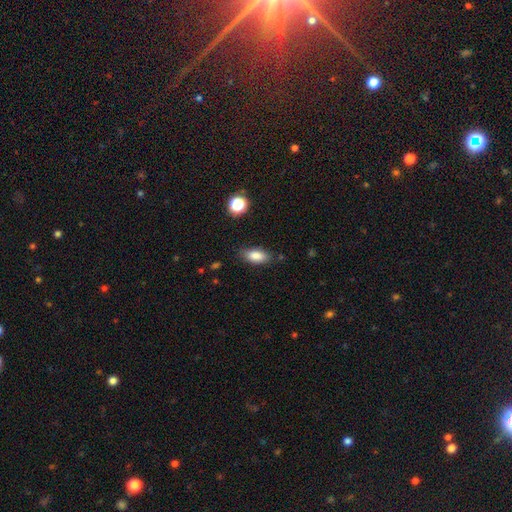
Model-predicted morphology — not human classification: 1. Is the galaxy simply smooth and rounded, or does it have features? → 85% smooth, 8% star or artifact, 6% featured or disk.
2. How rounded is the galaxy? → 87% in between, 8% cigar-shaped, 5% round.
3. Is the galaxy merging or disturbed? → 80% none, 15% minor disturbance, 3% major disturbance, 2% merger.